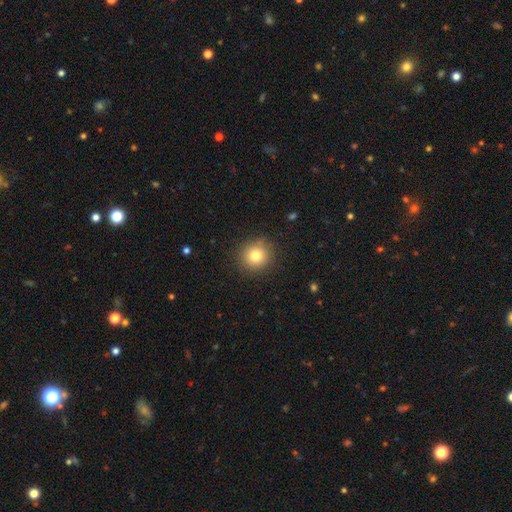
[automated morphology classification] This appears to be a smooth galaxy with no disk features (79%) that is round (91%). Merging: none (89%).